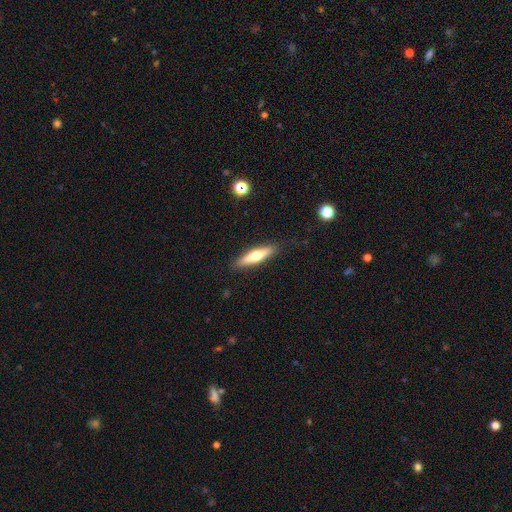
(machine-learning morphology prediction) smooth_or_featured: smooth (p=0.51) [alt: featured or disk p=0.43]
how_rounded: cigar-shaped (p=0.76) [alt: in between p=0.22]
merging: none (p=0.87) [alt: minor disturbance p=0.09]